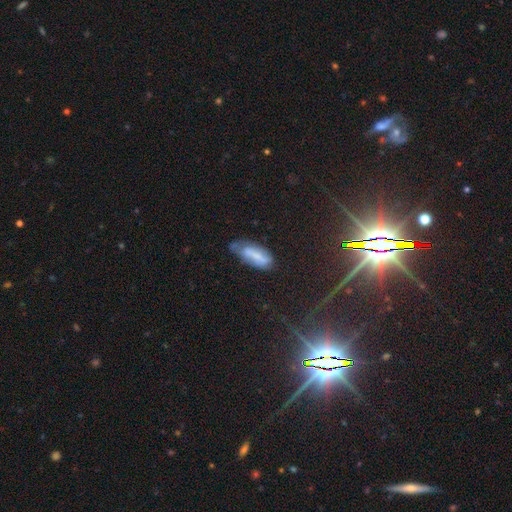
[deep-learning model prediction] smooth 60%, featured or disk 29%, star or artifact 11%. Down the decision tree: how rounded — in between (65%); merging — none (44%).